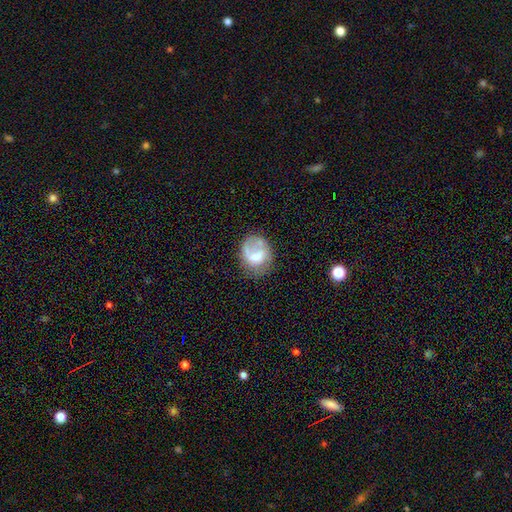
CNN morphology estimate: Smooth or featured? Predicted: smooth (p=0.49). Merging? Predicted: none (p=0.50).